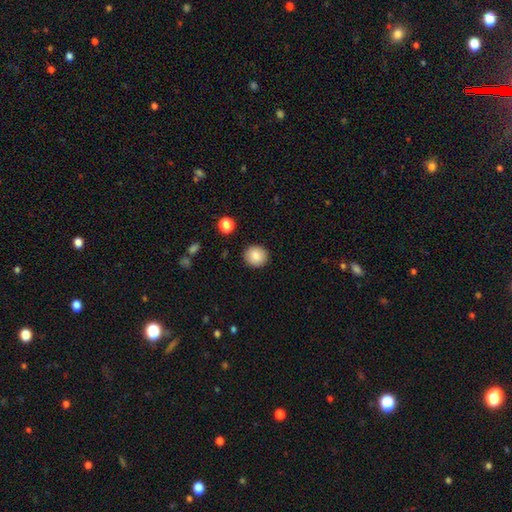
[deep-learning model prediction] smooth 86%, star or artifact 9%, featured or disk 5%. Down the decision tree: how rounded — round (85%); merging — none (90%).